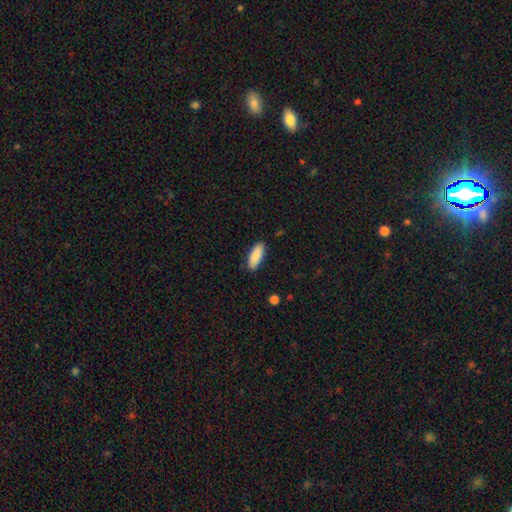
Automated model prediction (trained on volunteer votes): Smooth or featured?
  - smooth: 88% *
  - star or artifact: 6%
  - featured or disk: 6%
How rounded?
  - in between: 71% *
  - cigar-shaped: 27%
  - round: 2%
Merging?
  - none: 87% *
  - minor disturbance: 9%
  - major disturbance: 2%
  - merger: 1%